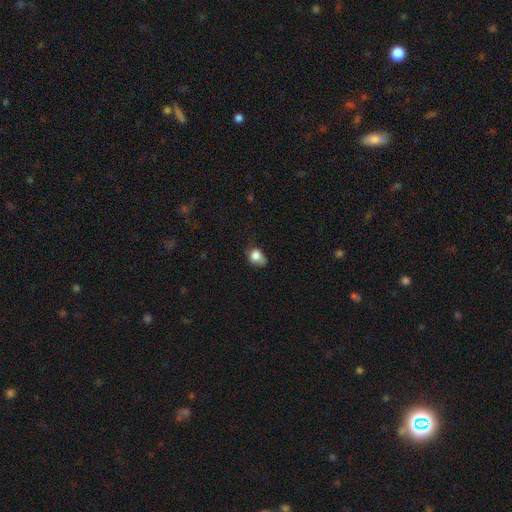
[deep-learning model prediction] Smooth or featured?
  - smooth: 80% *
  - featured or disk: 10%
  - star or artifact: 10%
How rounded?
  - round: 52% *
  - in between: 46%
  - cigar-shaped: 1%
Merging?
  - minor disturbance: 40% *
  - none: 37%
  - major disturbance: 20%
  - merger: 4%